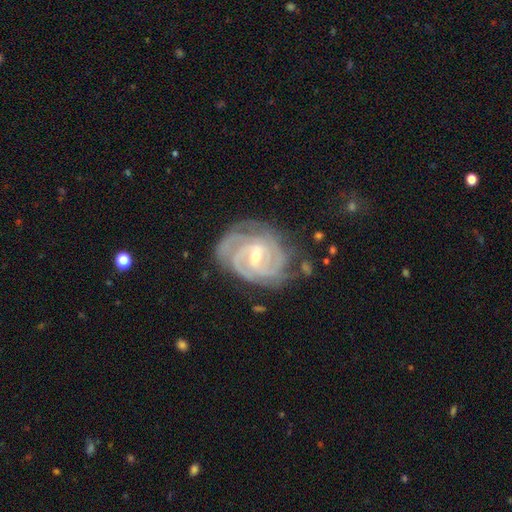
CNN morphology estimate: This appears to be a featured or disk galaxy (90%) with a weak bar (55%), 3 (35%) tight (74%) spiral arms (98%) and a small central bulge (50%). Merging: none (70%).